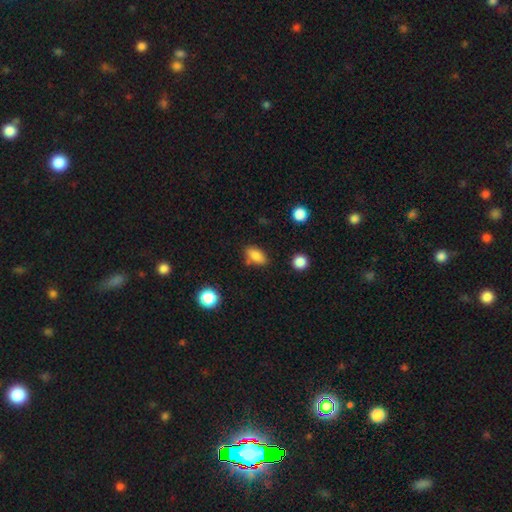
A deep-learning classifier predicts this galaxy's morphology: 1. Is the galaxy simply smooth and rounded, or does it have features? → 83% smooth, 10% star or artifact, 7% featured or disk.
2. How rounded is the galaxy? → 85% in between, 8% cigar-shaped, 7% round.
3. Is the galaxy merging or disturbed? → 72% none, 17% minor disturbance, 7% merger, 4% major disturbance.